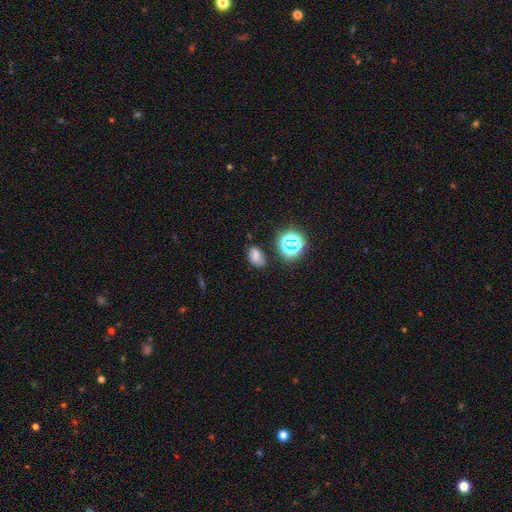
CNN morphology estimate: Overall: smooth (64%). How rounded: in between (80%). Merging: none (67%).